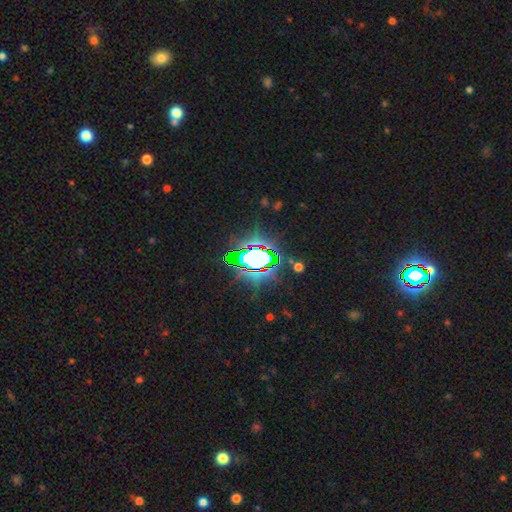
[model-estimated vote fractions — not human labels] Smooth or featured? Predicted: star or artifact (p=0.81).